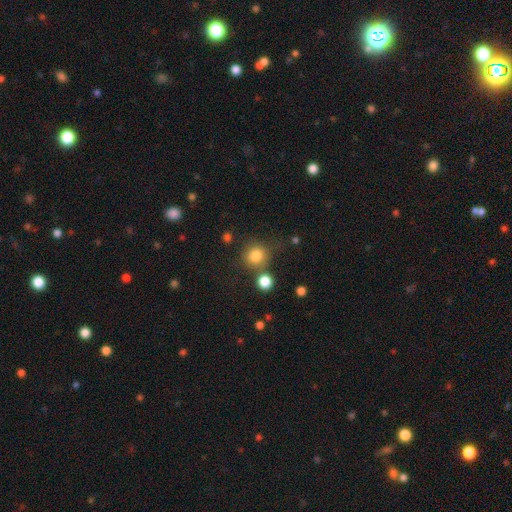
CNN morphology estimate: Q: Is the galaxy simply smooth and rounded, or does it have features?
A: smooth — 82%.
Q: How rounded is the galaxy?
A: round — 90%.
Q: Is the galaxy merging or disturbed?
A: none — 71%.